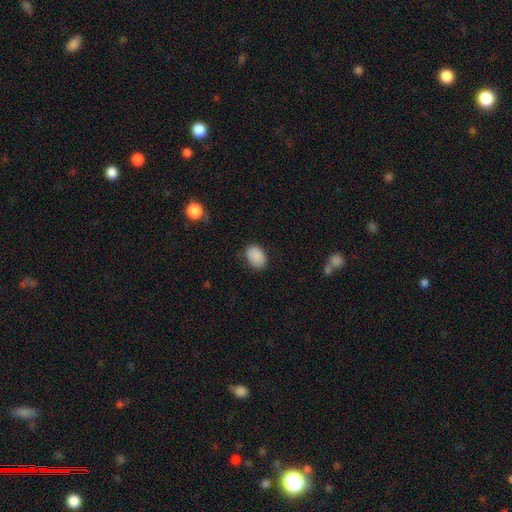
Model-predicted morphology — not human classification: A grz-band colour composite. It shows a smooth galaxy with no disk features (89%) that is in between round and cigar-shaped (77%). Merging: none (82%).